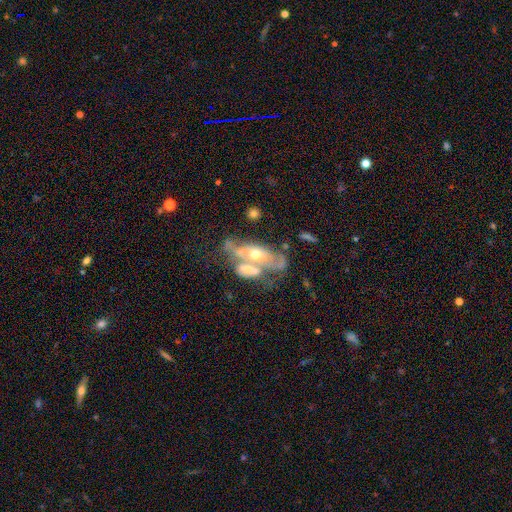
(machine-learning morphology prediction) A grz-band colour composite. It shows a featured or disk galaxy (63%) with no bar (74%), no spiral arms (56%) and a moderate central bulge (68%). Merging: merger (59%).